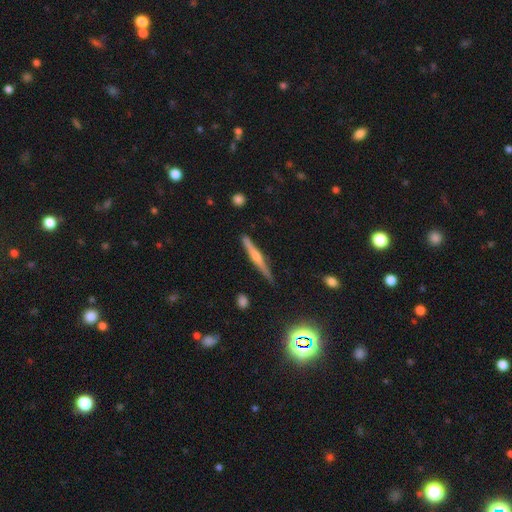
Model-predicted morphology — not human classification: This is likely a featured or disk galaxy (66%). It is clearly viewed edge-on (98%). Edge-on bulge: likely rounded (76%). Merging: clearly none (88%).